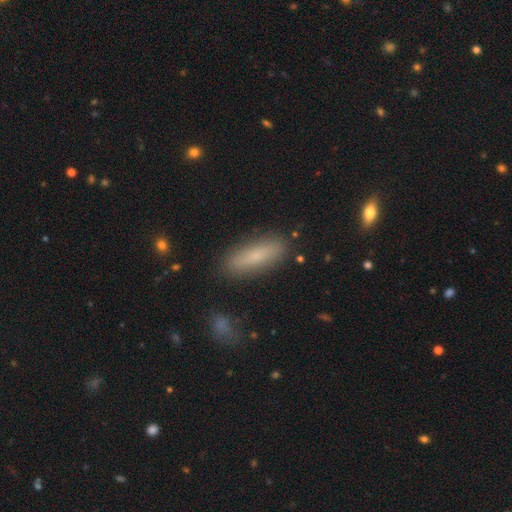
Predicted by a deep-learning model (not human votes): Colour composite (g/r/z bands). It shows a smooth galaxy with no disk features (75%) that is cigar-shaped (55%). Merging: none (86%).